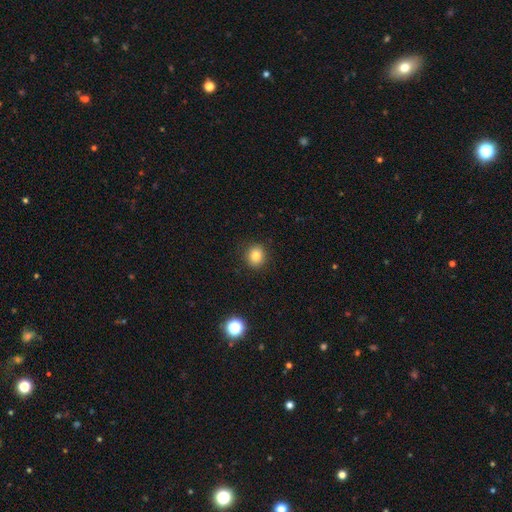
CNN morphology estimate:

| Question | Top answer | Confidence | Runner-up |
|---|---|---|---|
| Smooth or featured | smooth | 80% | star or artifact (12%) |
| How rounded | round | 79% | in between (20%) |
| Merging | none | 90% | minor disturbance (7%) |